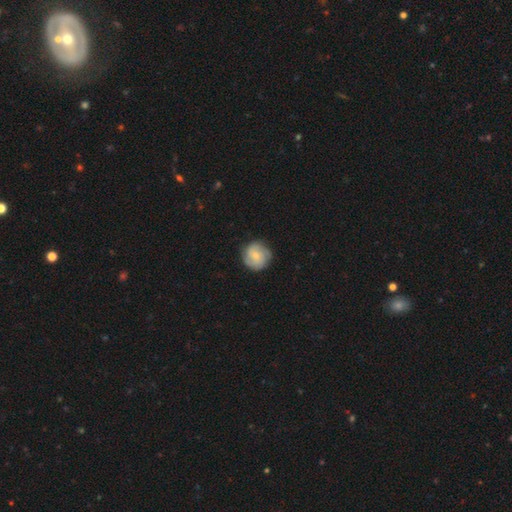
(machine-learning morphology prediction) smooth 57%, featured or disk 37%, star or artifact 7%. Down the decision tree: how rounded — round (92%); merging — none (80%).